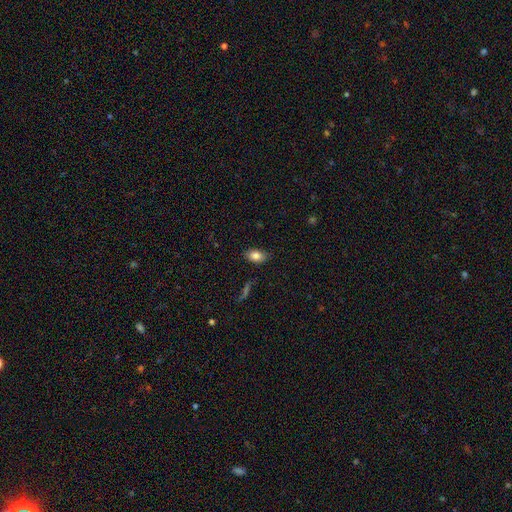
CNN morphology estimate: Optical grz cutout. It shows a smooth galaxy with no disk features (83%) that is in between round and cigar-shaped (89%). Merging: none (82%).